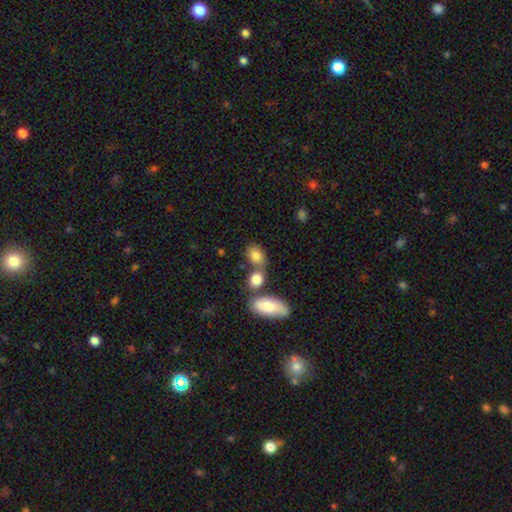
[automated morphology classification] This appears to be a smooth galaxy with no disk features (82%) that is in between round and cigar-shaped (71%). Merging: none (50%).